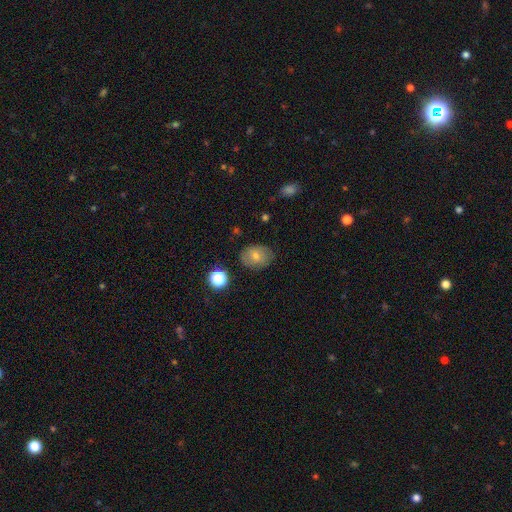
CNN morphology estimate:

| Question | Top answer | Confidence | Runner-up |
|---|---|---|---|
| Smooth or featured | smooth | 65% | featured or disk (23%) |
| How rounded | in between | 61% | round (38%) |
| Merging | none | 80% | minor disturbance (14%) |